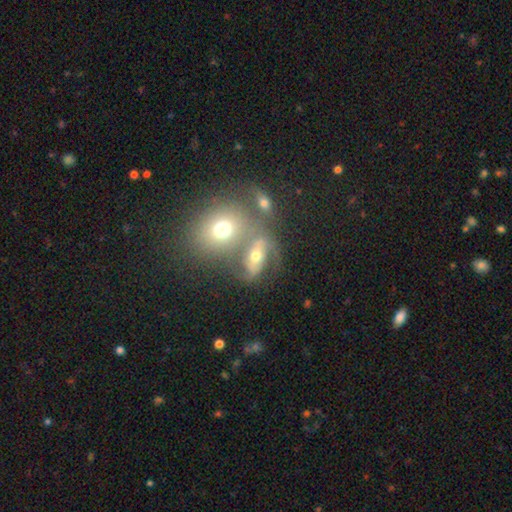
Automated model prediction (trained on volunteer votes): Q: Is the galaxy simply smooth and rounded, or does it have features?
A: featured or disk — 48%.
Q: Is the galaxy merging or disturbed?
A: none — 39%.